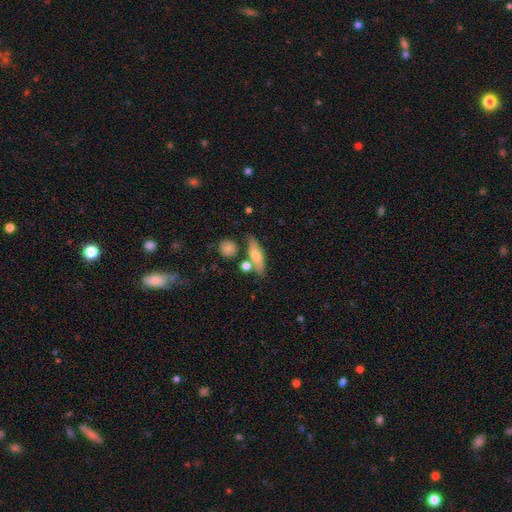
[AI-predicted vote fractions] The model was most divided on "how rounded": cigar-shaped: 51%, in between: 43%, round: 6%. More confident: merging — none (66%); smooth or featured — smooth (60%).